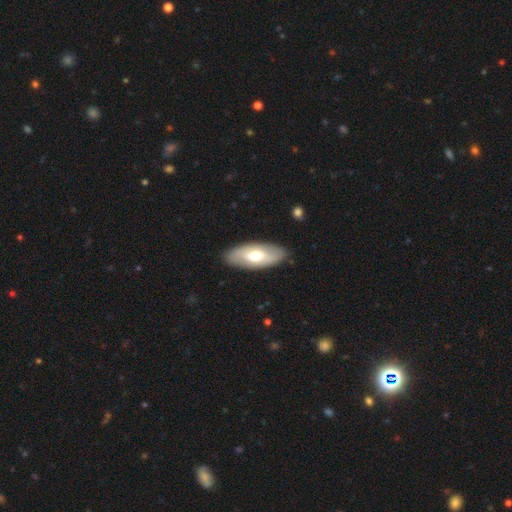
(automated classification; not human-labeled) This is possibly a smooth galaxy (53%). How rounded: clearly in between (87%). Merging: clearly none (87%).